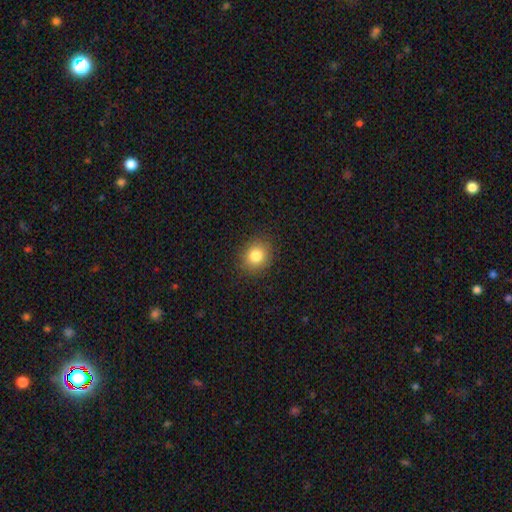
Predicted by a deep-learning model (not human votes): This appears to be a smooth galaxy with no disk features (82%) that is round (76%). Merging: none (89%).